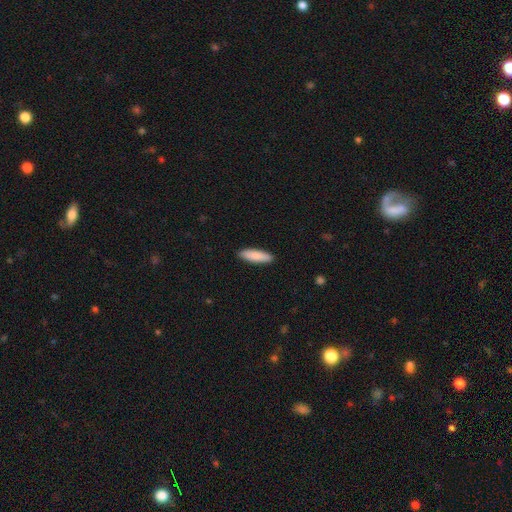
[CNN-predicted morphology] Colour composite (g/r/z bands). It shows a smooth galaxy with no disk features (87%) that is cigar-shaped (62%). Merging: none (91%).